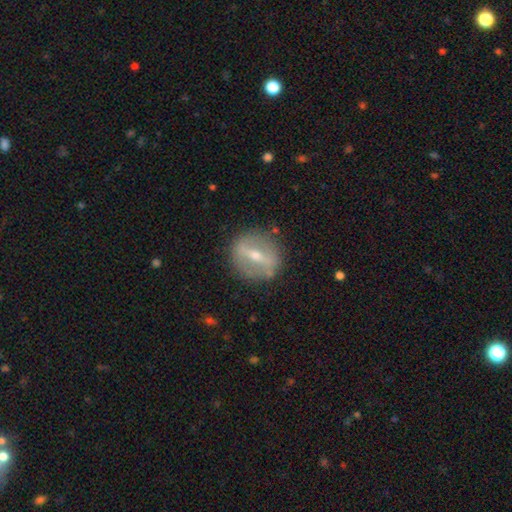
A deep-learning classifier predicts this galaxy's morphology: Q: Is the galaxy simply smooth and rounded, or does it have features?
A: featured or disk — 69%.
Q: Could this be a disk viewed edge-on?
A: no — 76%.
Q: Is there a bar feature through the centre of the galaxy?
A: strong — 71%.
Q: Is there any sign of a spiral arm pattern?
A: no — 85%.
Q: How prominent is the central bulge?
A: moderate — 54%.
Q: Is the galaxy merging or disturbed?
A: none — 85%.